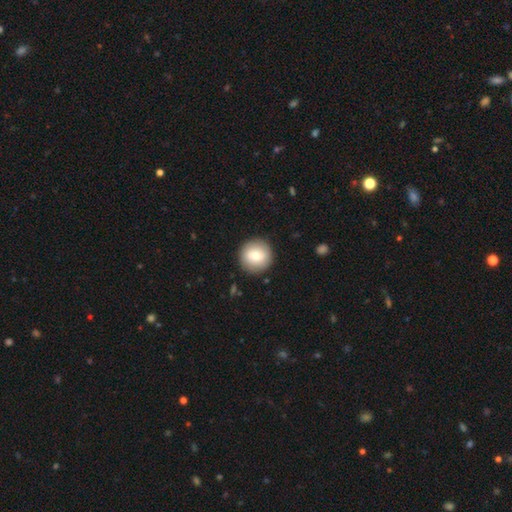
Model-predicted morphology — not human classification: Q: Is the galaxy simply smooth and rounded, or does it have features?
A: smooth — 77%.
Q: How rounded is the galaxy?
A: round — 95%.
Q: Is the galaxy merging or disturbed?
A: none — 91%.